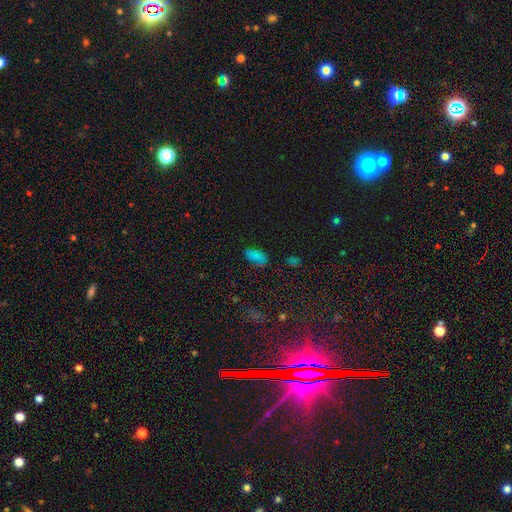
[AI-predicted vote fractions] Smooth or featured? Predicted: smooth (p=0.73). How rounded? Predicted: in between (p=0.93). Merging? Predicted: none (p=0.69).